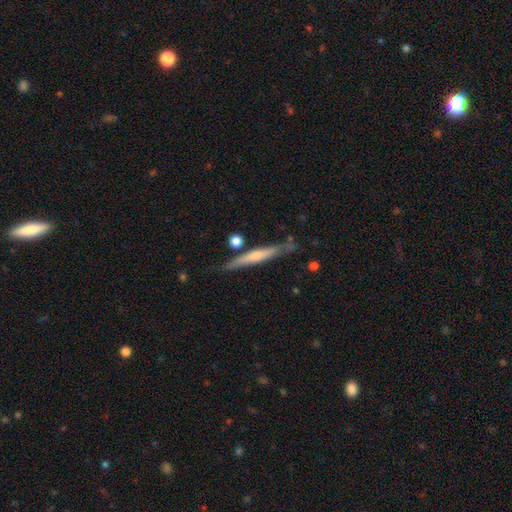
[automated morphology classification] Q: Smooth or featured?
A: featured or disk (50%); runner-up: smooth (44%)
Q: Edge-on disk?
A: yes (93%); runner-up: no (7%)
Q: Merging?
A: none (78%); runner-up: minor disturbance (14%)